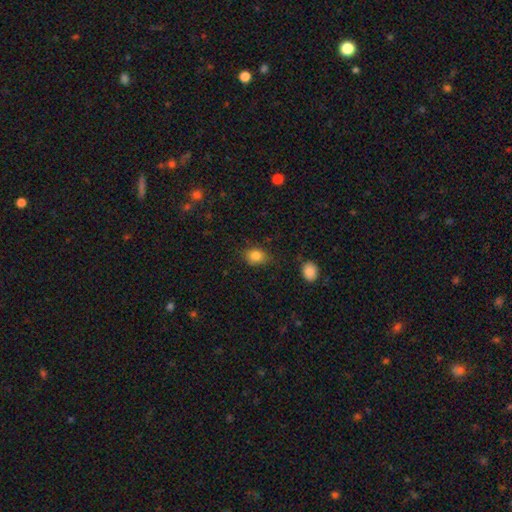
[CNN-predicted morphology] Overall: smooth (84%). How rounded: in between (52%; round 47%). Merging: none (76%).